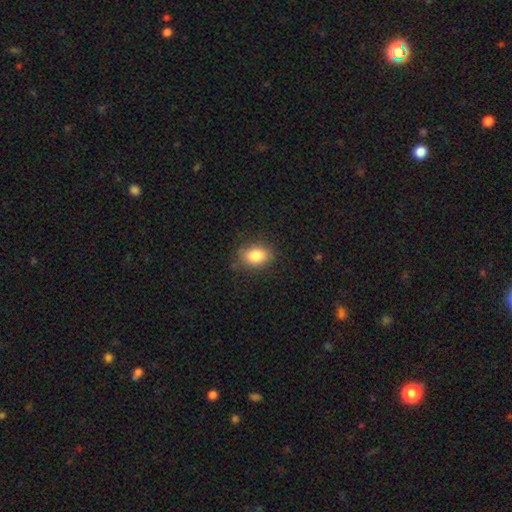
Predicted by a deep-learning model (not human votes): Smooth or featured? Predicted: smooth (p=0.84). How rounded? Predicted: in between (p=0.77). Merging? Predicted: none (p=0.82).